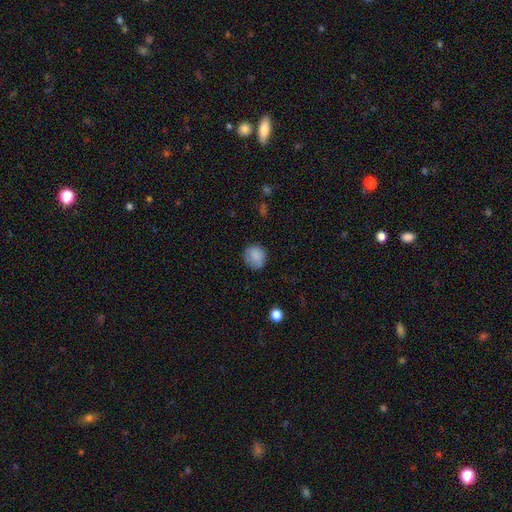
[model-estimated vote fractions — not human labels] Overall: smooth (85%). How rounded: round (80%). Merging: none (78%).